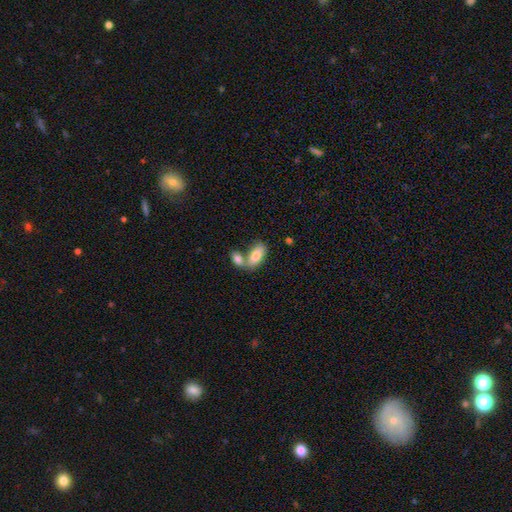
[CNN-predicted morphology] smooth_or_featured: smooth (p=0.82) [alt: featured or disk p=0.12]
how_rounded: in between (p=0.90) [alt: cigar-shaped p=0.07]
merging: merger (p=0.52) [alt: none p=0.35]